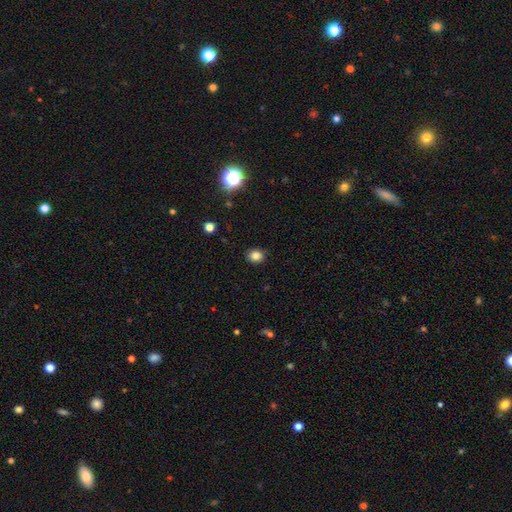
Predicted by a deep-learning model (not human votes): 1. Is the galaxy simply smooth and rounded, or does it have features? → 83% smooth, 12% star or artifact, 4% featured or disk.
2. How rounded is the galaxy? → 66% round, 33% in between, 1% cigar-shaped.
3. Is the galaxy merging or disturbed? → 87% none, 9% minor disturbance, 2% major disturbance, 1% merger.